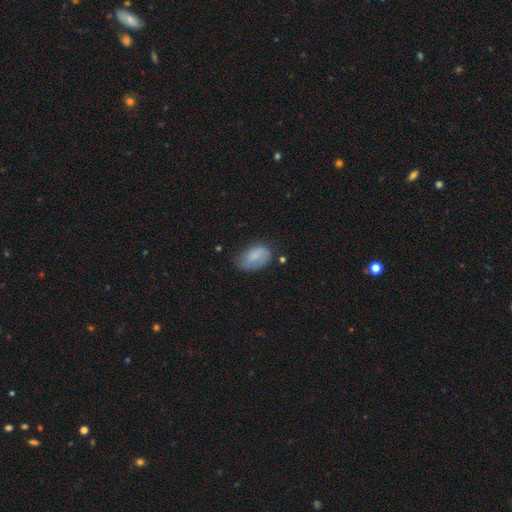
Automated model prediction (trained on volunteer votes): smooth_or_featured: smooth (p=0.79) [alt: featured or disk p=0.14]
how_rounded: in between (p=0.91) [alt: round p=0.07]
merging: none (p=0.57) [alt: minor disturbance p=0.31]